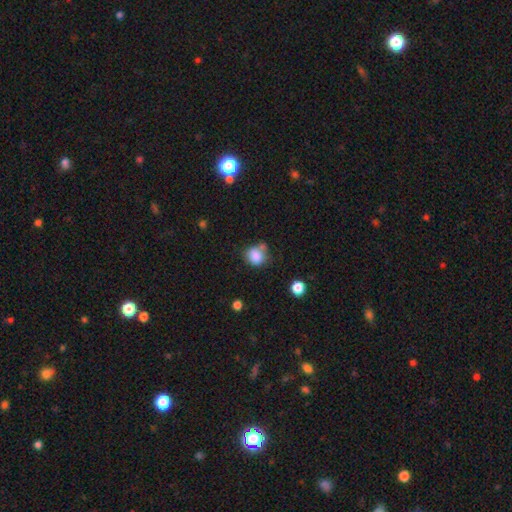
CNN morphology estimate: Smooth or featured? Predicted: smooth (p=0.83). How rounded? Predicted: round (p=0.71). Merging? Predicted: none (p=0.52).